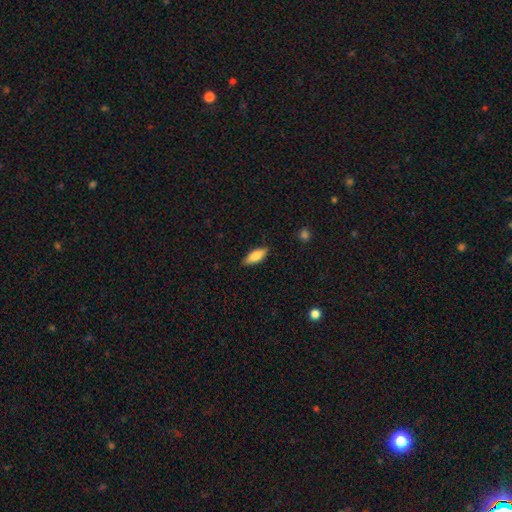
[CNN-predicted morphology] smooth_or_featured: smooth (p=0.76) [alt: featured or disk p=0.18]
how_rounded: in between (p=0.64) [alt: cigar-shaped p=0.34]
merging: none (p=0.86) [alt: minor disturbance p=0.10]